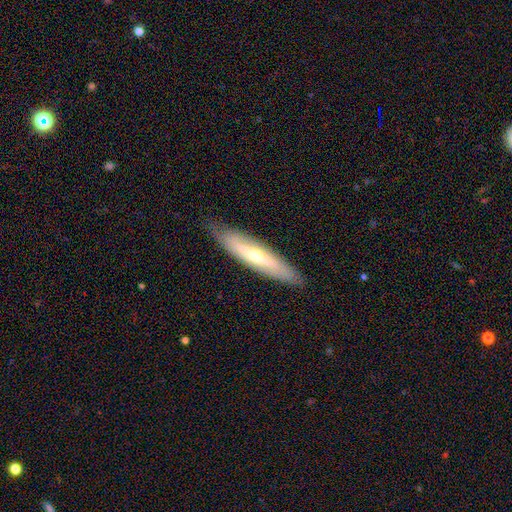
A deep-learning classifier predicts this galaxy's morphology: This is possibly a featured or disk galaxy (59%). It is likely viewed edge-on (60%). Merging: clearly none (83%).